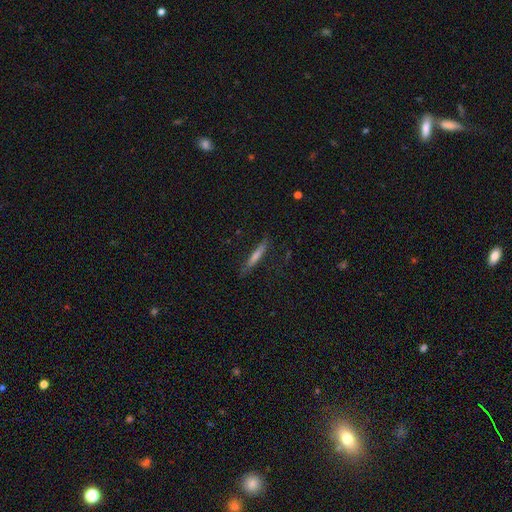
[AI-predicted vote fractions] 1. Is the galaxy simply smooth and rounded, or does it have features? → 46% featured or disk (tied), 46% smooth (tied), 9% star or artifact.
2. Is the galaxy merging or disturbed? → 85% none, 11% minor disturbance, 3% major disturbance, 1% merger.